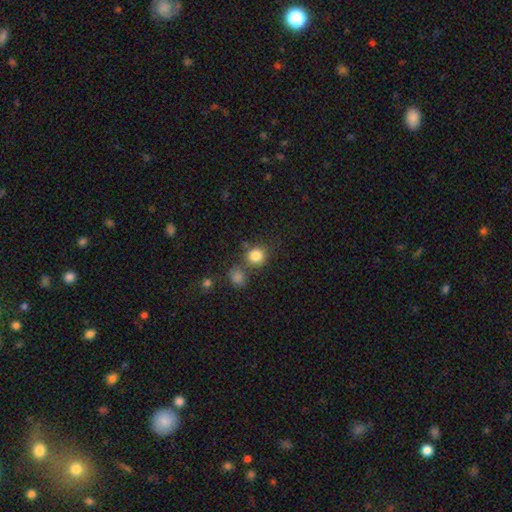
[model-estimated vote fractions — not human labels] smooth_or_featured: smooth (p=0.82) [alt: star or artifact p=0.12]
how_rounded: round (p=0.85) [alt: in between p=0.14]
merging: none (p=0.67) [alt: merger p=0.18]